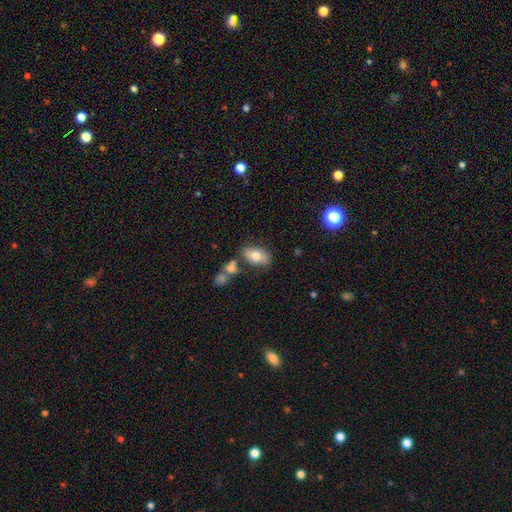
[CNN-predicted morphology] Q: Smooth or featured?
A: smooth (73%); runner-up: featured or disk (19%)
Q: How rounded?
A: in between (91%); runner-up: round (7%)
Q: Merging?
A: none (69%); runner-up: minor disturbance (15%)